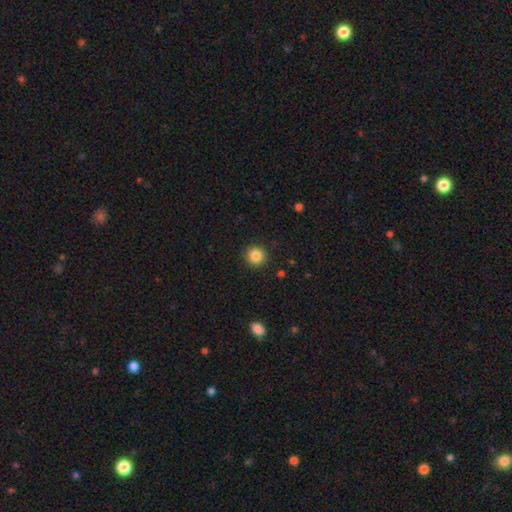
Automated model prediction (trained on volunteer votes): Morphology: type=smooth (85%); roundness=round (94%); merging=none (91%).